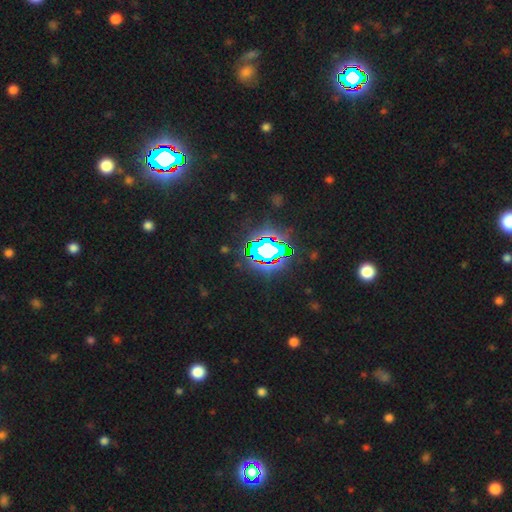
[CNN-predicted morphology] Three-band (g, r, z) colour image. It shows a star or artifact, not a galaxy (84%).